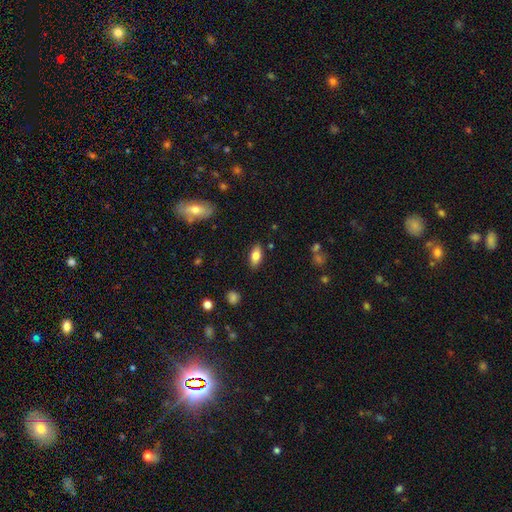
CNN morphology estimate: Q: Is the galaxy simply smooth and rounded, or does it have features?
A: smooth — 76%.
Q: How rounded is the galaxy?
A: in between — 86%.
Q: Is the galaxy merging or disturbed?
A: none — 86%.